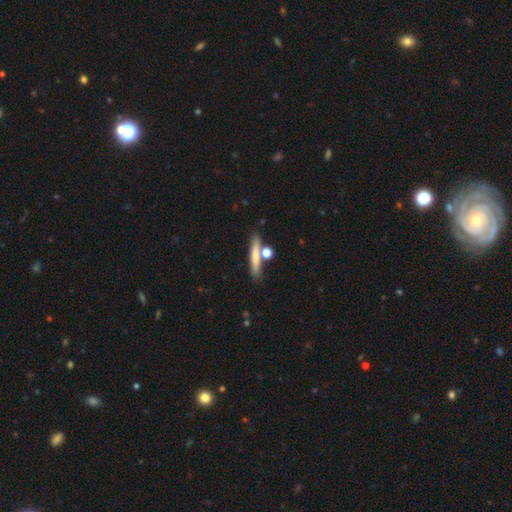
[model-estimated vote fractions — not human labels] A smooth galaxy with no disk features (69%) that is cigar-shaped (80%). Merging: none (72%).